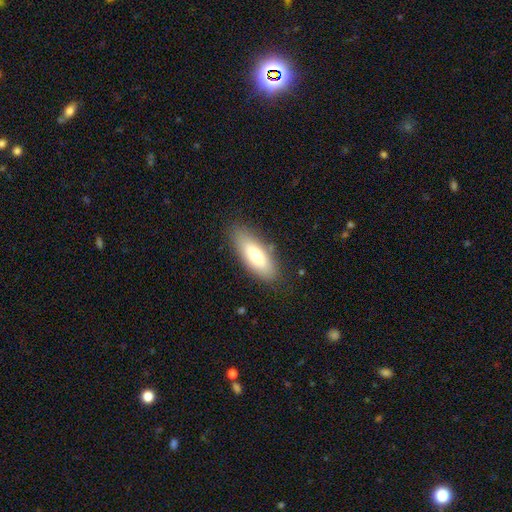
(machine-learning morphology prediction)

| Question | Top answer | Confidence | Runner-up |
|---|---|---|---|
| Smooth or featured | smooth | 73% | featured or disk (21%) |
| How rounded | in between | 69% | cigar-shaped (29%) |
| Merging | none | 82% | minor disturbance (13%) |